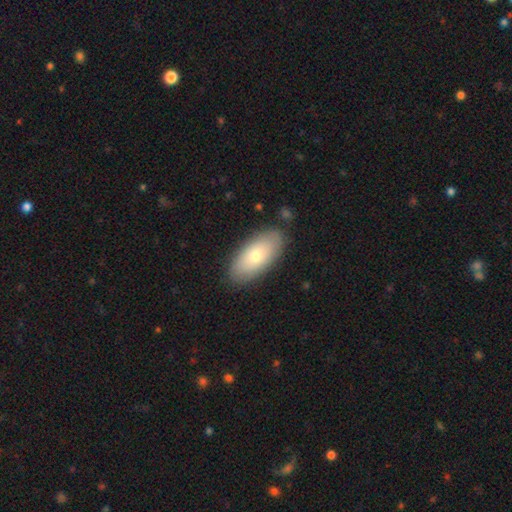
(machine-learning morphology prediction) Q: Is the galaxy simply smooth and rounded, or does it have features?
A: smooth — 71%.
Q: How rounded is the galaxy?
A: in between — 92%.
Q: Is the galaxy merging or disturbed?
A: none — 85%.